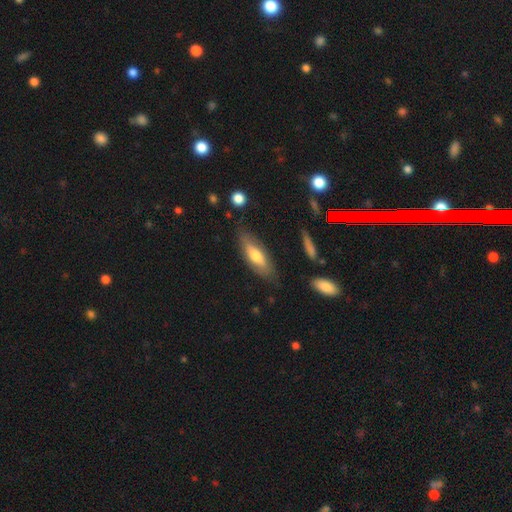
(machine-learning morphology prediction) smooth_or_featured: smooth (p=0.61) [alt: featured or disk p=0.34]
how_rounded: in between (p=0.62) [alt: cigar-shaped p=0.36]
merging: none (p=0.77) [alt: minor disturbance p=0.17]